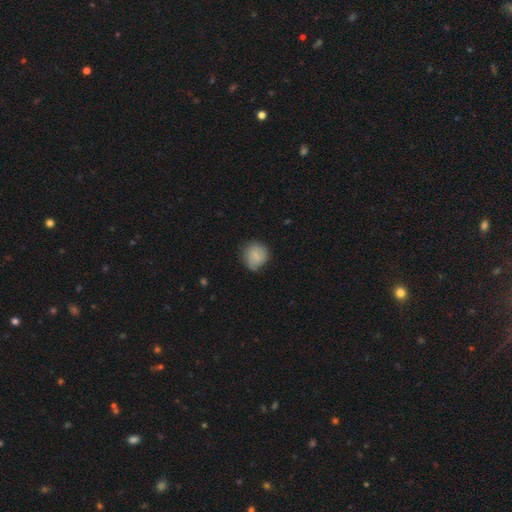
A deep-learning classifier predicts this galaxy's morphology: A smooth galaxy with no disk features (77%) that is round (84%).

Vote fractions:
- Smooth or featured? smooth: 77% / featured or disk: 16% / star or artifact: 8%
- How rounded? round: 84% / in between: 15% / cigar-shaped: 1%
- Merging? none: 70% / minor disturbance: 24% / major disturbance: 5% / merger: 1%